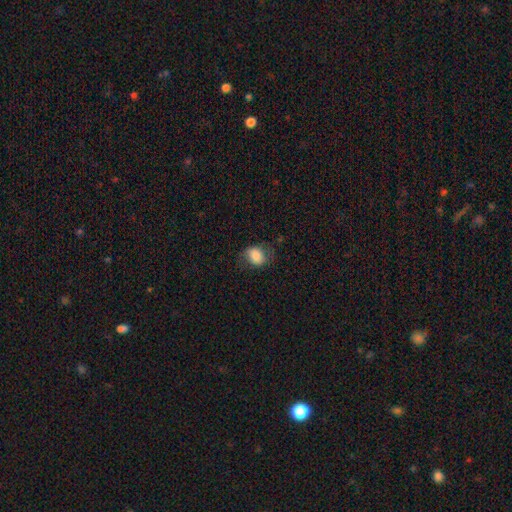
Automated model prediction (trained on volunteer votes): smooth-or-featured: smooth: 79% | featured or disk: 13% | star or artifact: 8%
  how-rounded: in between: 56% | round: 43% | cigar-shaped: 1%
  merging: none: 65% | minor disturbance: 23% | major disturbance: 11% | merger: 1%